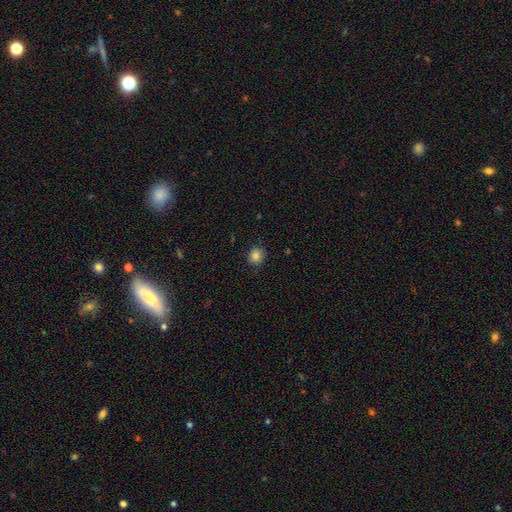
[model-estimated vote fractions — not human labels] Smooth or featured: smooth — 84% (star or artifact — 11%)
How rounded: round — 85% (in between — 14%)
Merging: none — 88% (minor disturbance — 9%)